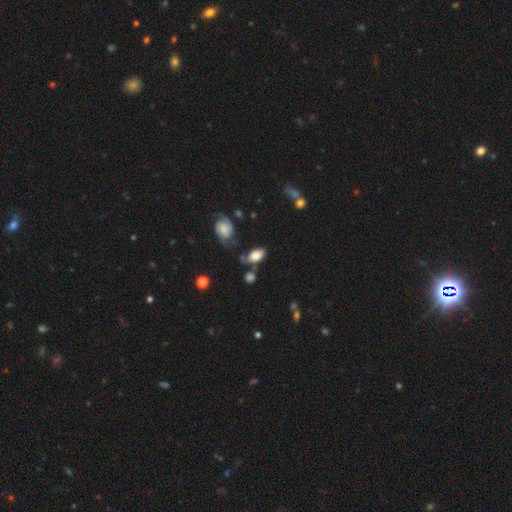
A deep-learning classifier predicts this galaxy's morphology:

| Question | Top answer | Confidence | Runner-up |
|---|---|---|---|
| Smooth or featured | smooth | 76% | featured or disk (16%) |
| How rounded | in between | 90% | round (7%) |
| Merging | none | 49% | minor disturbance (23%) |